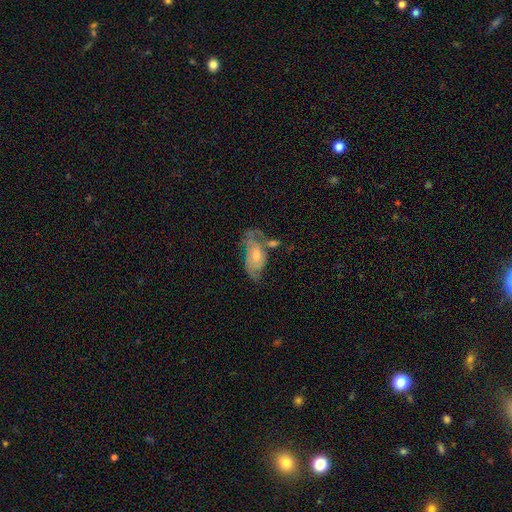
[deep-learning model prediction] Morphology: type=featured or disk (59%); edge-on=no (93%); bar=no (70%); spiral arms=yes (69%); bulge=moderate (52%); merging=none (31%).